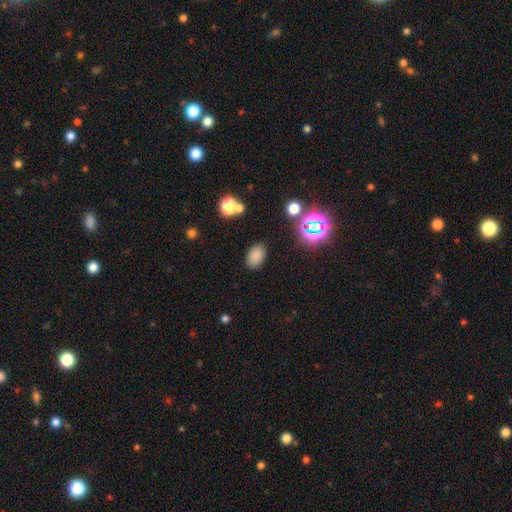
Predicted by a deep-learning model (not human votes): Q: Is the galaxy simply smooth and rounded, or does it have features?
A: smooth — 80%.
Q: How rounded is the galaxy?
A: in between — 89%.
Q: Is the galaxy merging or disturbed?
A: none — 86%.